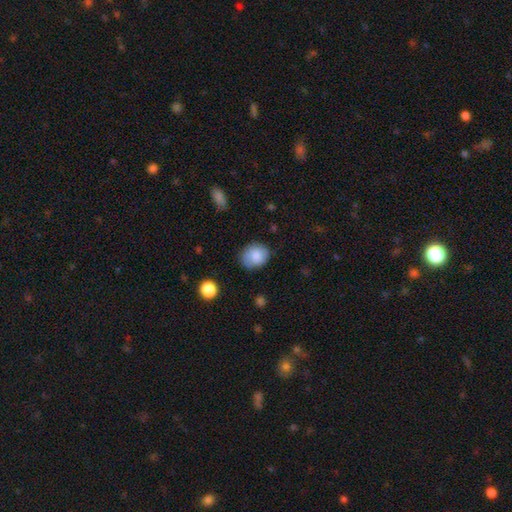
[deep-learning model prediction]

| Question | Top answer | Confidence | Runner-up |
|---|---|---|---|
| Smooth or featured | smooth | 78% | featured or disk (14%) |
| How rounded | round | 62% | in between (38%) |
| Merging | none | 73% | minor disturbance (20%) |